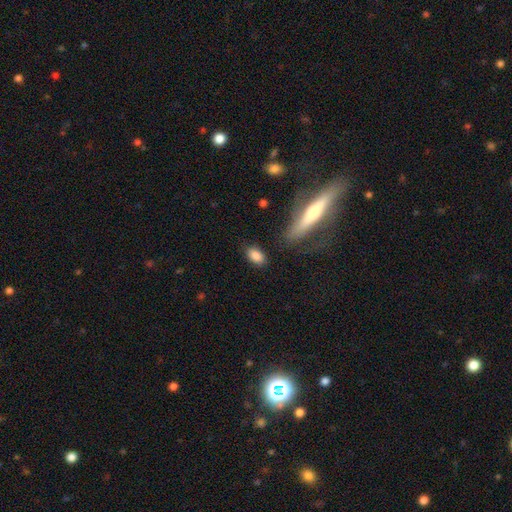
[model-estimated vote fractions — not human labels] A smooth galaxy with no disk features (86%) that is in between round and cigar-shaped (89%).

Vote fractions:
- Smooth or featured? smooth: 86% / star or artifact: 7% / featured or disk: 7%
- How rounded? in between: 89% / round: 8% / cigar-shaped: 4%
- Merging? none: 82% / minor disturbance: 11% / major disturbance: 4% / merger: 3%